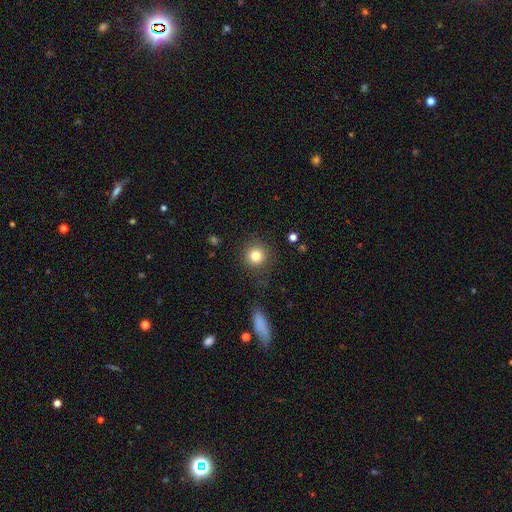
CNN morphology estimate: Smooth or featured?
  - smooth: 82% *
  - star or artifact: 11%
  - featured or disk: 7%
How rounded?
  - round: 93% *
  - in between: 6%
  - cigar-shaped: 1%
Merging?
  - none: 87% *
  - minor disturbance: 8%
  - major disturbance: 4%
  - merger: 2%